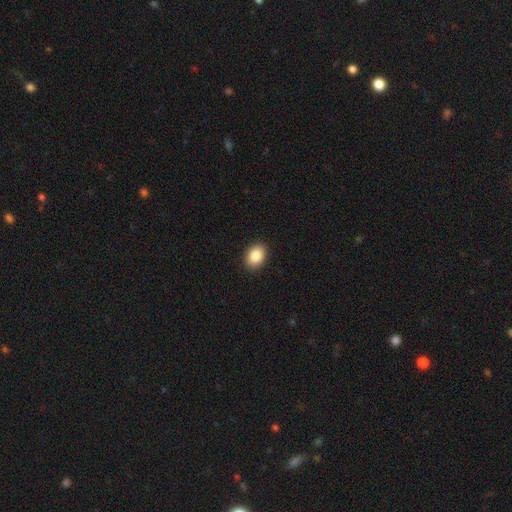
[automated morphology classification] A smooth galaxy with no disk features (87%) that is in between round and cigar-shaped (72%). Merging: none (91%).